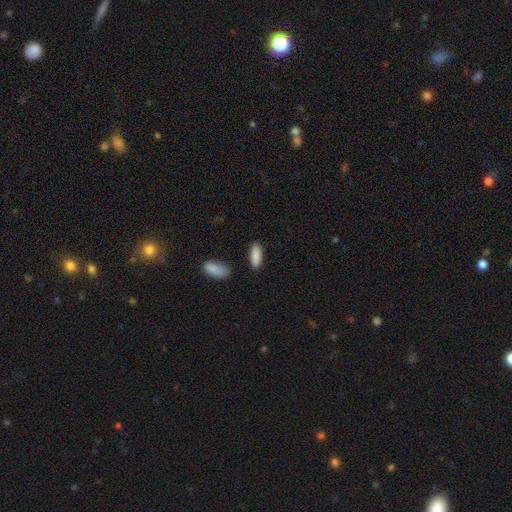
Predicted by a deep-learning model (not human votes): Smooth or featured? Predicted: smooth (p=0.88). How rounded? Predicted: in between (p=0.58). Merging? Predicted: none (p=0.85).